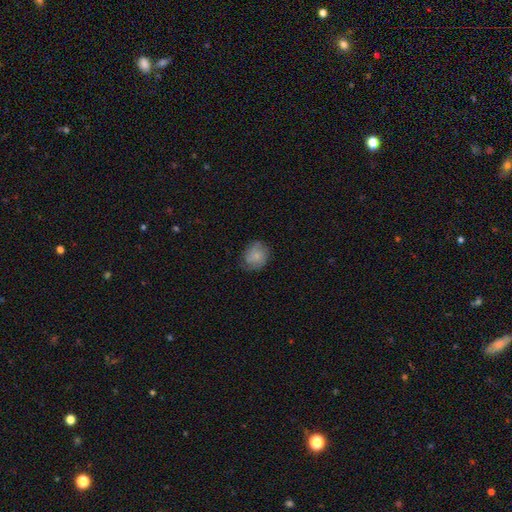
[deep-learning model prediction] smooth_or_featured: smooth (p=0.72) [alt: featured or disk p=0.20]
how_rounded: round (p=0.67) [alt: in between p=0.32]
merging: none (p=0.66) [alt: minor disturbance p=0.26]